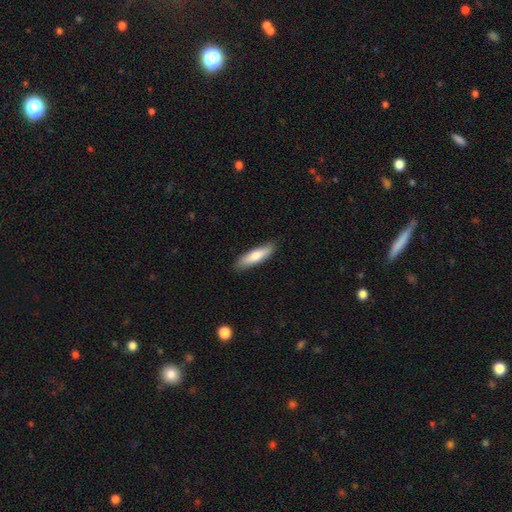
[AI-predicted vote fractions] The model was most divided on "how rounded": cigar-shaped: 66%, in between: 32%, round: 2%. More confident: merging — none (86%); smooth or featured — smooth (73%).